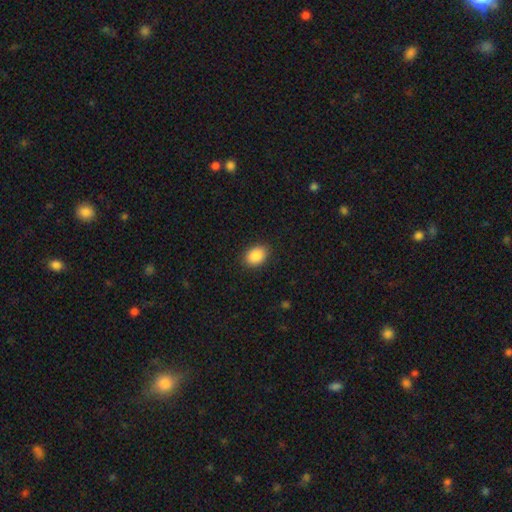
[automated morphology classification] This is clearly a smooth galaxy (89%). How rounded: likely in between (76%). Merging: clearly none (89%).